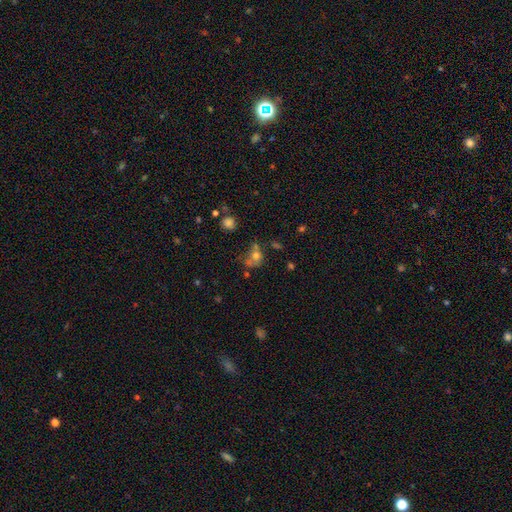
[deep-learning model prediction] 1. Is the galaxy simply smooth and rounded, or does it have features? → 63% smooth, 18% star or artifact, 18% featured or disk.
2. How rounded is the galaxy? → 60% round, 39% in between, 2% cigar-shaped.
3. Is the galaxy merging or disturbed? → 37% none, 26% merger, 20% minor disturbance, 17% major disturbance.